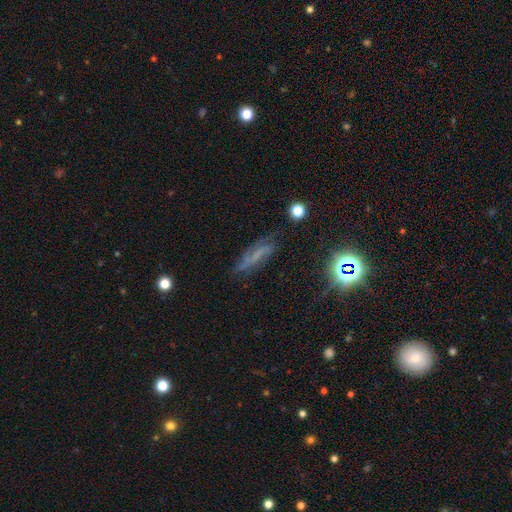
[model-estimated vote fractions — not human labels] featured or disk 51%, smooth 28%, star or artifact 20%. Down the decision tree: edge-on disk — no (72%); merging — none (64%).